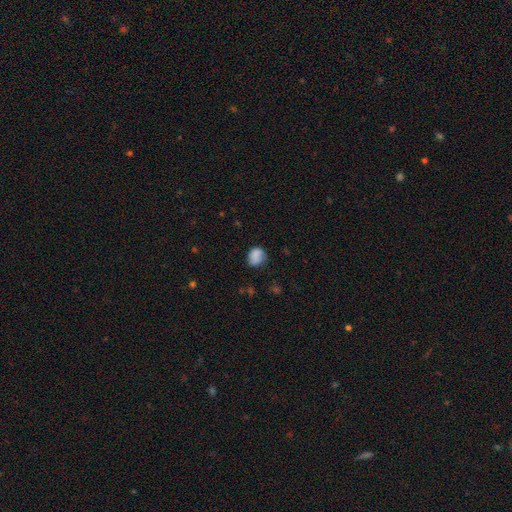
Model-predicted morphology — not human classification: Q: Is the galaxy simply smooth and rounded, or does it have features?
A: smooth — 80%.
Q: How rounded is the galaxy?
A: round — 58%.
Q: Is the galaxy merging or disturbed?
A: none — 58%.